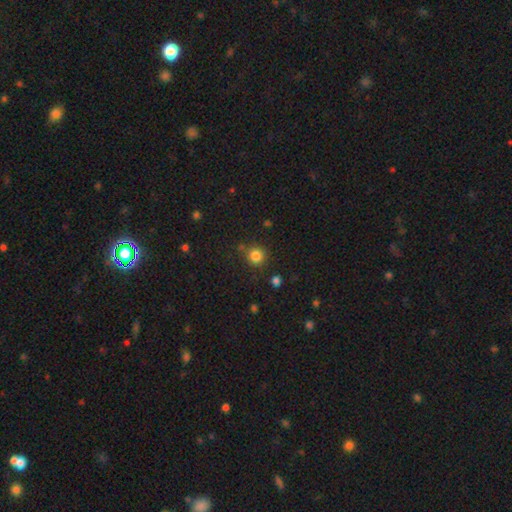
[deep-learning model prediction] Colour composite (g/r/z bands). It shows a smooth galaxy with no disk features (83%) that is round (92%). Merging: none (81%).